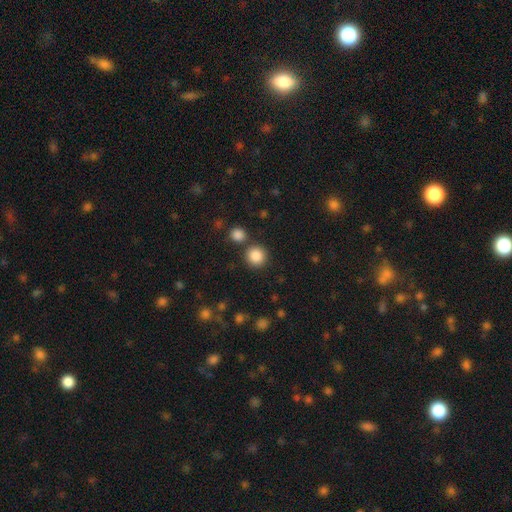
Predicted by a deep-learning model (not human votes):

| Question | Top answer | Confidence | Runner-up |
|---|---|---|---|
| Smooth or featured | smooth | 87% | star or artifact (10%) |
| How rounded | round | 92% | in between (7%) |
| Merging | none | 81% | merger (9%) |